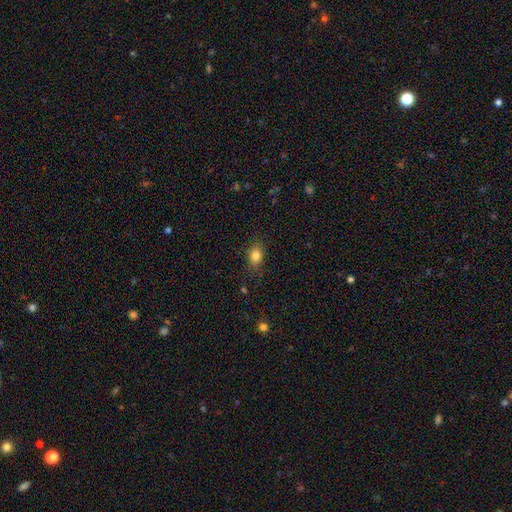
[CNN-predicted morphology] Smooth or featured?
  - smooth: 83% *
  - star or artifact: 11%
  - featured or disk: 7%
How rounded?
  - in between: 67% *
  - round: 31%
  - cigar-shaped: 2%
Merging?
  - none: 80% *
  - minor disturbance: 14%
  - major disturbance: 4%
  - merger: 1%